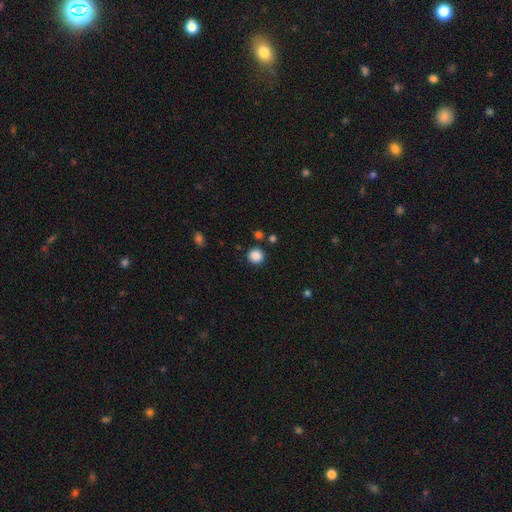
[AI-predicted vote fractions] The model was most divided on "smooth or featured": smooth: 87%, star or artifact: 10%, featured or disk: 3%. More confident: how rounded — round (93%); merging — none (86%).